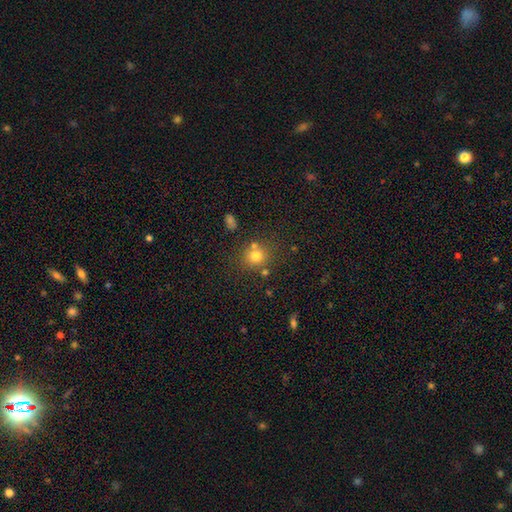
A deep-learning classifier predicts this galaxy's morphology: This is likely a smooth galaxy (75%). How rounded: clearly round (87%). Merging: likely none (71%).